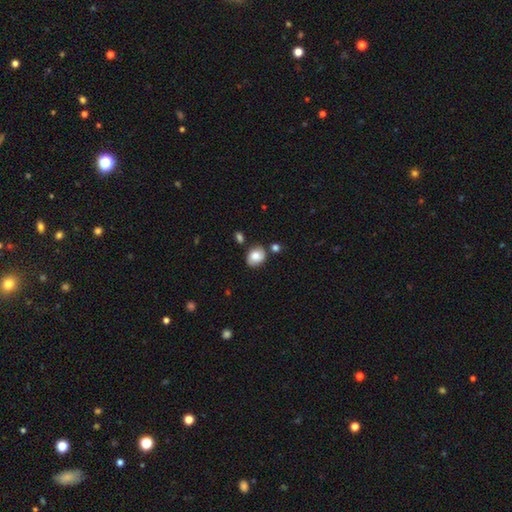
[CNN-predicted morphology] A smooth galaxy with no disk features (75%) that is in between round and cigar-shaped (50%).

Vote fractions:
- Smooth or featured? smooth: 75% / featured or disk: 17% / star or artifact: 8%
- How rounded? in between: 50% / round: 49% / cigar-shaped: 1%
- Merging? none: 75% / minor disturbance: 15% / merger: 6% / major disturbance: 3%